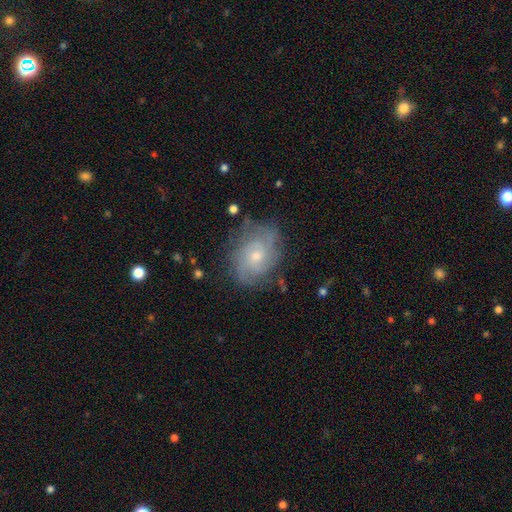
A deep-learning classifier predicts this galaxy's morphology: Smooth or featured?
  - featured or disk: 77% *
  - smooth: 16%
  - star or artifact: 7%
Edge-on disk?
  - no: 97% *
  - yes: 3%
Bar?
  - no: 73% *
  - weak: 24%
  - strong: 3%
Spiral arms?
  - yes: 92% *
  - no: 8%
Spiral winding?
  - tight: 58% *
  - medium: 32%
  - loose: 10%
Spiral arm count?
  - can't tell: 40% *
  - 2: 23%
  - 3: 17%
  - 4: 10%
  - more than 4: 5%
  - 1: 5%
Bulge size?
  - small: 53% *
  - moderate: 43%
  - large: 2%
  - none: 2%
  - dominant: 1%
Merging?
  - none: 74% *
  - minor disturbance: 18%
  - major disturbance: 7%
  - merger: 1%